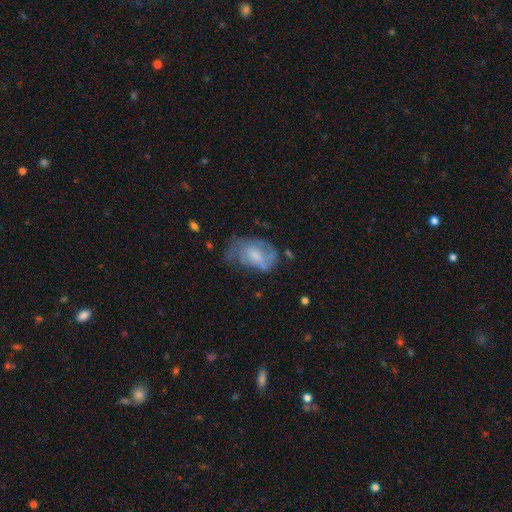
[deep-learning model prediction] Smooth or featured: featured or disk — 49% (smooth — 42%)
Merging: none — 37% (minor disturbance — 32%)